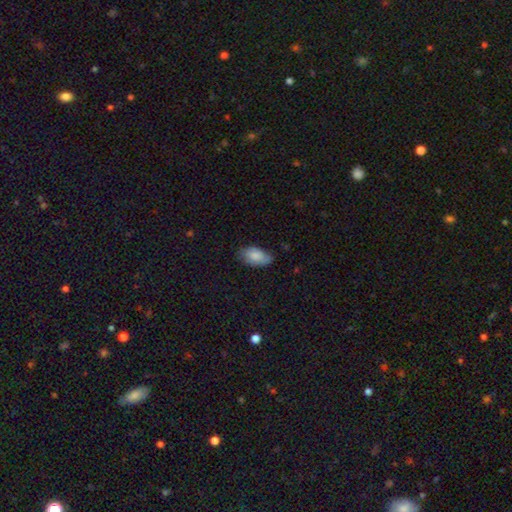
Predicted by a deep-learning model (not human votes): Smooth or featured?
  - smooth: 83% *
  - featured or disk: 11%
  - star or artifact: 7%
How rounded?
  - in between: 94% *
  - round: 4%
  - cigar-shaped: 3%
Merging?
  - none: 63% *
  - minor disturbance: 30%
  - major disturbance: 5%
  - merger: 1%